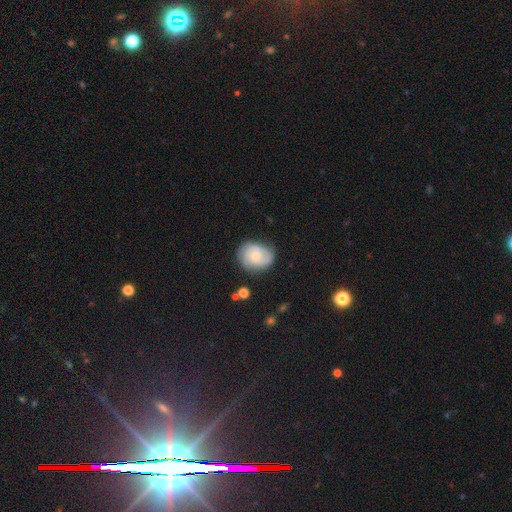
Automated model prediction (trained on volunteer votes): Morphology: type=featured or disk (62%); edge-on=no (98%); bar=no (75%); spiral arms=yes (92%); winding=tight (53%); arm count=2 (36%); bulge=small (55%); merging=none (74%).